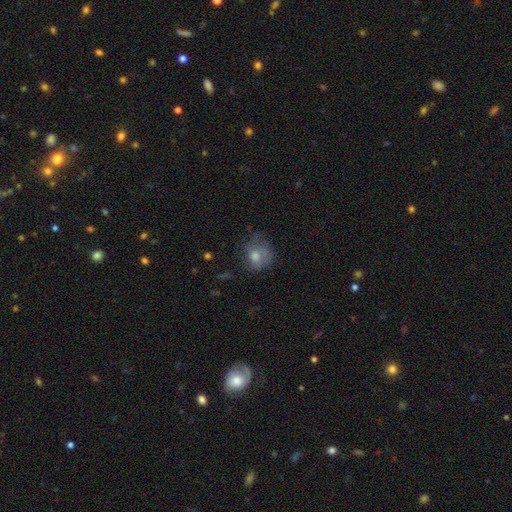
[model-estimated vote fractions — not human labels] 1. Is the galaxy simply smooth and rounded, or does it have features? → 65% smooth, 22% featured or disk, 13% star or artifact.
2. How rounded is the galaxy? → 71% round, 28% in between, 1% cigar-shaped.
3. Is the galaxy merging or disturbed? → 54% none, 27% minor disturbance, 17% major disturbance, 2% merger.